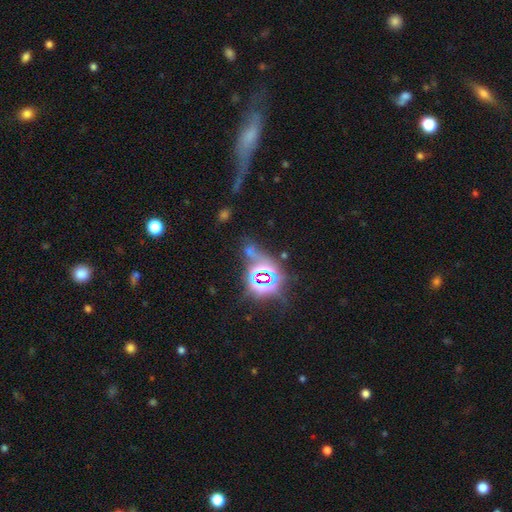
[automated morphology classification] Smooth or featured? star or artifact (74%)